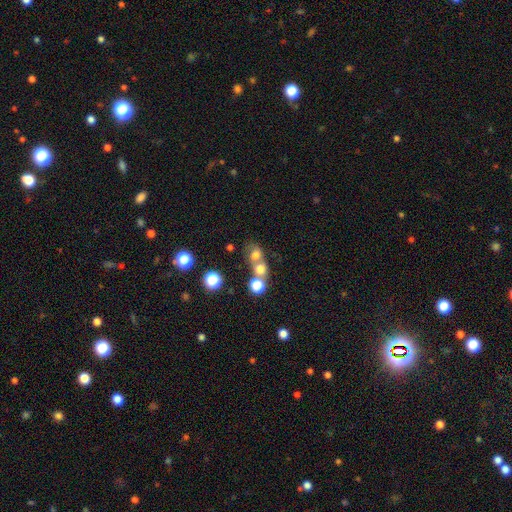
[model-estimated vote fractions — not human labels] Q: Smooth or featured?
A: smooth (64%); runner-up: star or artifact (20%)
Q: How rounded?
A: round (68%); runner-up: in between (30%)
Q: Merging?
A: merger (52%); runner-up: none (34%)